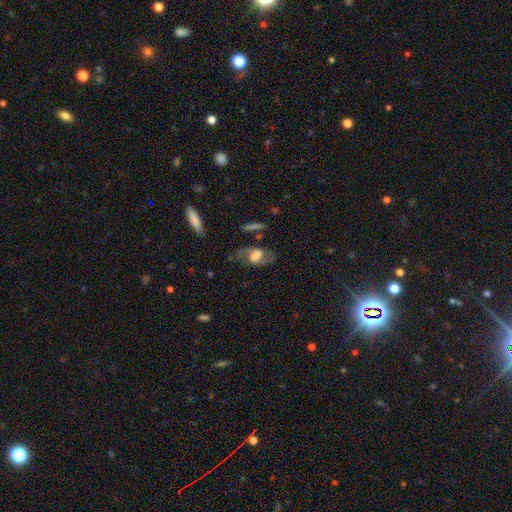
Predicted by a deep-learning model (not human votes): Smooth or featured?
  - featured or disk: 66% *
  - smooth: 27%
  - star or artifact: 7%
Edge-on disk?
  - no: 91% *
  - yes: 9%
Bar?
  - no: 42% *
  - weak: 40%
  - strong: 18%
Spiral arms?
  - yes: 77% *
  - no: 23%
Bulge size?
  - large: 44% *
  - moderate: 34%
  - small: 11%
  - none: 7%
  - dominant: 5%
Merging?
  - none: 66% *
  - minor disturbance: 18%
  - major disturbance: 12%
  - merger: 3%